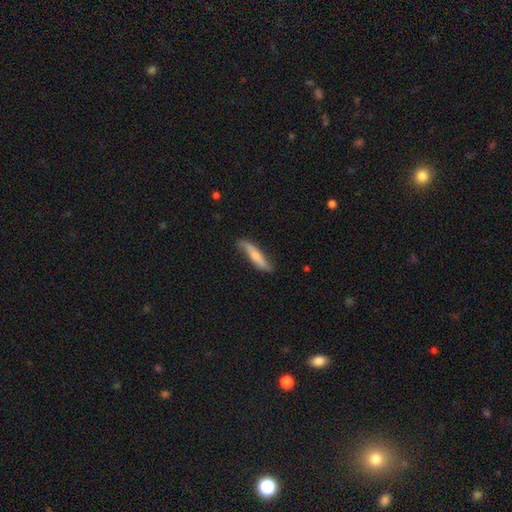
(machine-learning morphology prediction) Smooth or featured? smooth (57%)
How rounded? cigar-shaped (82%)
Merging? none (70%)